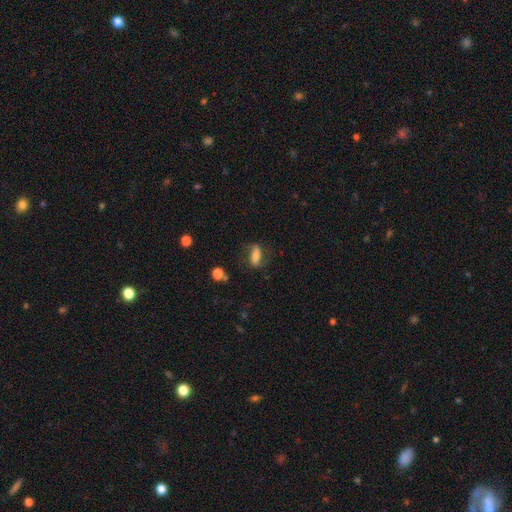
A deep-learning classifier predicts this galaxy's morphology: smooth-or-featured: featured or disk: 49% | smooth: 42% | star or artifact: 10%
  merging: none: 65% | minor disturbance: 20% | major disturbance: 12% | merger: 2%